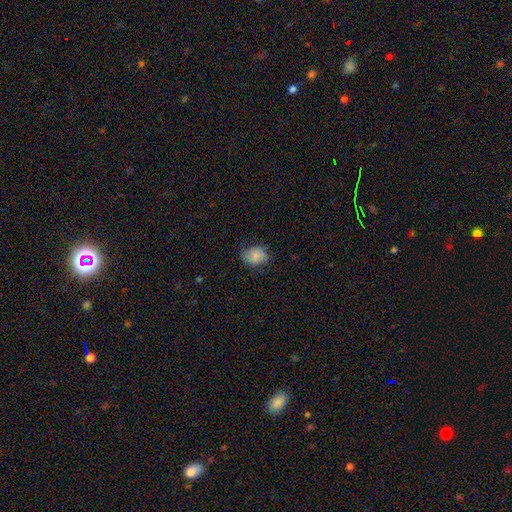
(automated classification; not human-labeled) This appears to be a smooth galaxy with no disk features (80%) that is round (51%). Merging: none (64%).